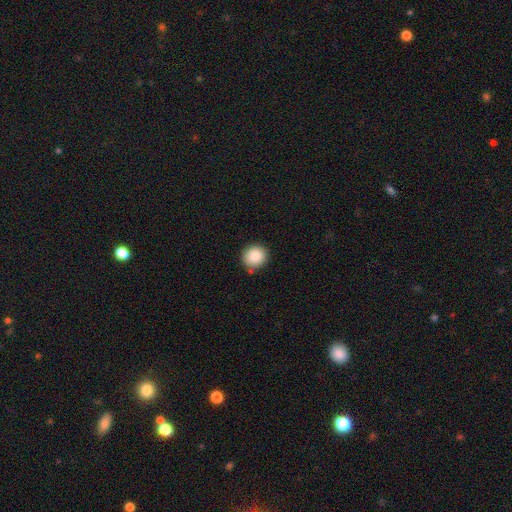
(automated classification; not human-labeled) A smooth galaxy with no disk features (88%) that is round (89%). Merging: none (85%).